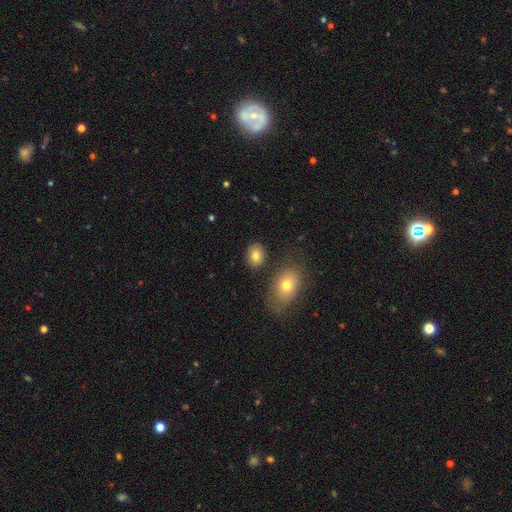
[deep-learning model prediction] smooth_or_featured: smooth (p=0.79) [alt: featured or disk p=0.10]
how_rounded: in between (p=0.52) [alt: round p=0.47]
merging: none (p=0.81) [alt: minor disturbance p=0.09]